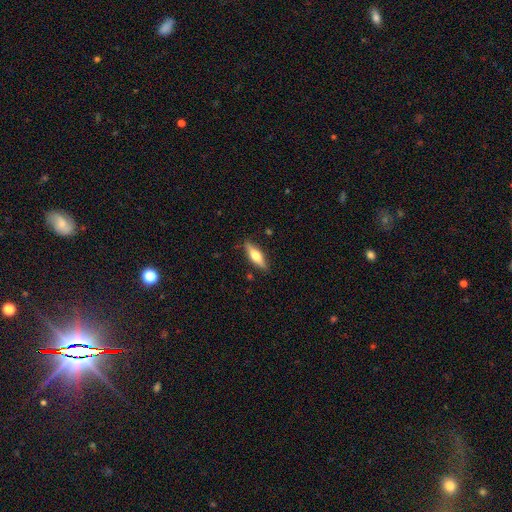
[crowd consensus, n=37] Q: Smooth or featured?
A: featured or disk (54%); runner-up: smooth (41%)
Q: Edge-on disk?
A: yes (95%); runner-up: no (5%)
Q: Edge-on bulge?
A: rounded (89%); runner-up: boxy (11%)
Q: Merging?
A: none (77%); runner-up: minor disturbance (20%)